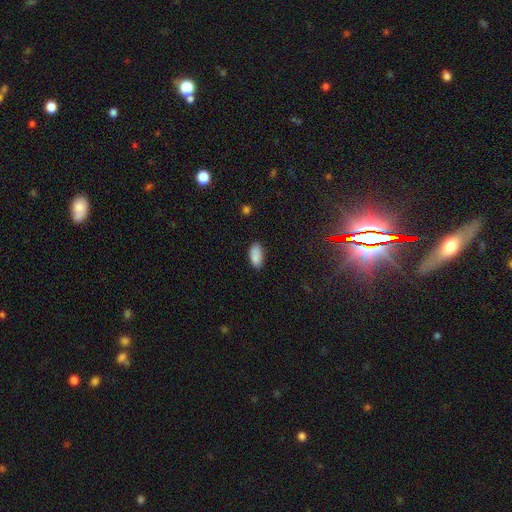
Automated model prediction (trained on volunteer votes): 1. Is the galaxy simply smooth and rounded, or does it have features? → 87% smooth, 8% star or artifact, 5% featured or disk.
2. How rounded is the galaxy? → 93% in between, 4% cigar-shaped, 3% round.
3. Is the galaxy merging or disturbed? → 83% none, 14% minor disturbance, 3% major disturbance, 1% merger.